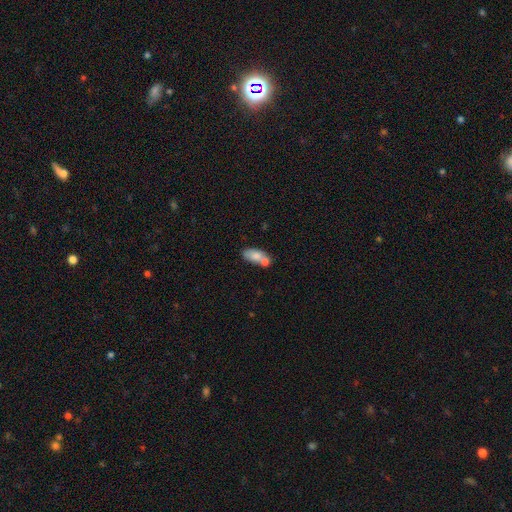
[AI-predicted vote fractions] This appears to be a smooth galaxy with no disk features (76%) that is in between round and cigar-shaped (85%). Merging: merger (44%).